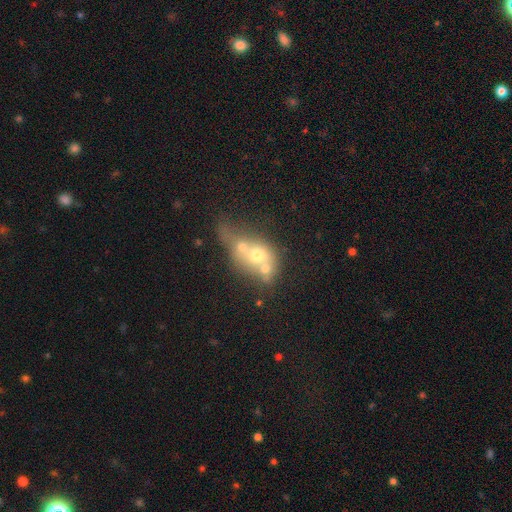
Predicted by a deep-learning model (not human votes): This is possibly a smooth galaxy (52%). How rounded: possibly round (57%). Merging: likely merger (71%).